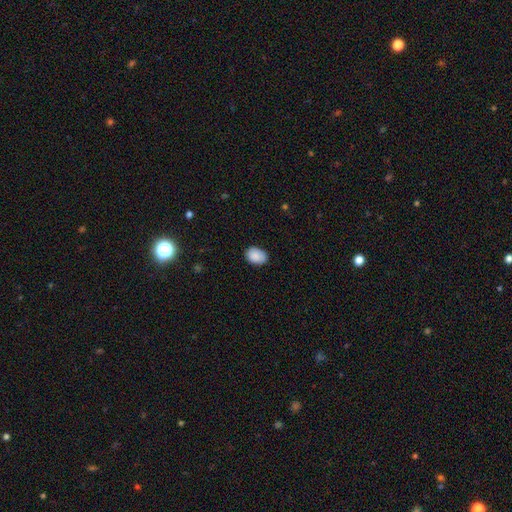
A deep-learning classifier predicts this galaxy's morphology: smooth-or-featured: smooth: 89% | star or artifact: 7% | featured or disk: 4%
  how-rounded: in between: 76% | round: 24% | cigar-shaped: 1%
  merging: none: 80% | minor disturbance: 16% | major disturbance: 3% | merger: 1%